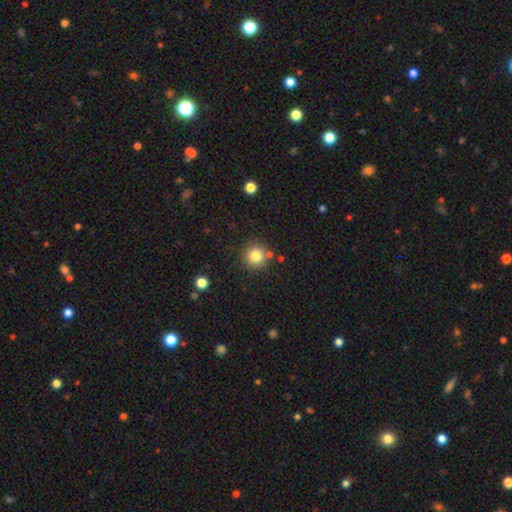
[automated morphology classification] Smooth or featured?
  - smooth: 81% *
  - star or artifact: 12%
  - featured or disk: 7%
How rounded?
  - round: 94% *
  - in between: 5%
  - cigar-shaped: 1%
Merging?
  - none: 83% *
  - minor disturbance: 8%
  - merger: 6%
  - major disturbance: 3%